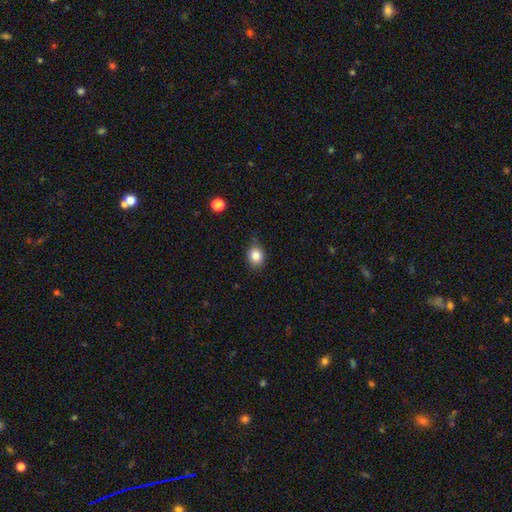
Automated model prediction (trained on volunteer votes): Morphology: type=smooth (83%); roundness=round (62%); merging=none (76%).